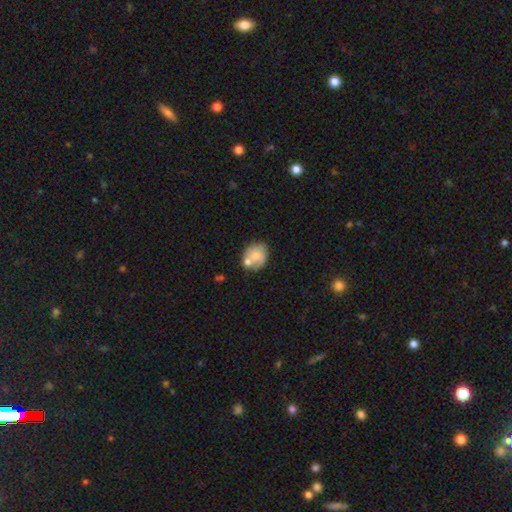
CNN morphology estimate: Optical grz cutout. It shows a smooth galaxy with no disk features (60%) that is round (61%). Merging: none (46%).